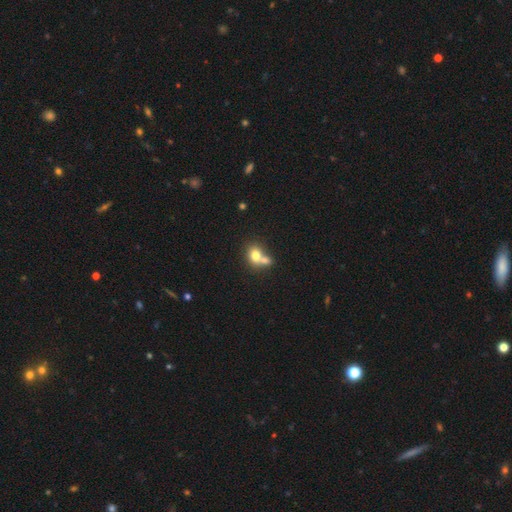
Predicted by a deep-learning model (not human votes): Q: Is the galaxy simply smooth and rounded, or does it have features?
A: smooth — 74%.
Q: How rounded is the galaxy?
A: round — 54%.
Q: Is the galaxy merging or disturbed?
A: merger — 61%.